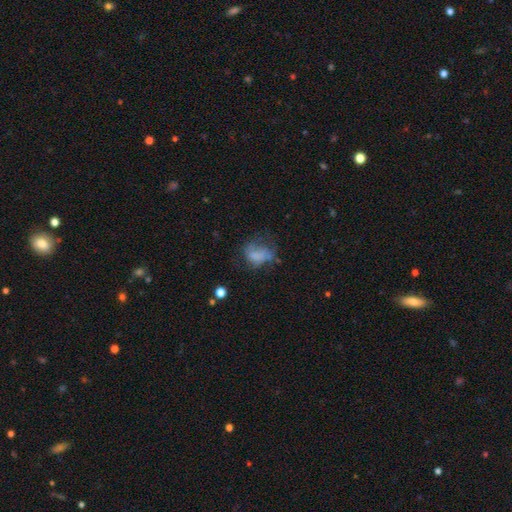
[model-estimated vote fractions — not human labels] This appears to be a smooth galaxy with no disk features (56%) that is in between round and cigar-shaped (63%). Merging: major disturbance (40%).